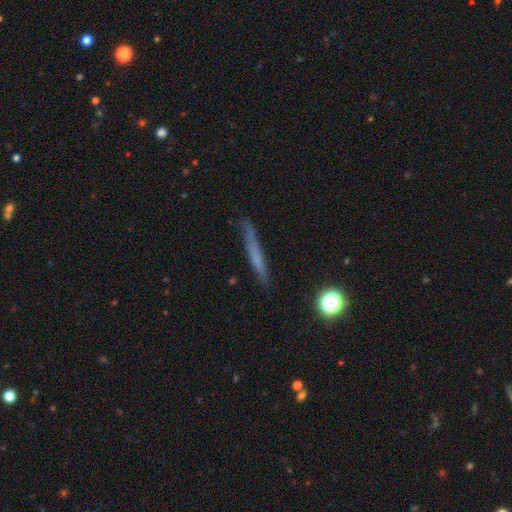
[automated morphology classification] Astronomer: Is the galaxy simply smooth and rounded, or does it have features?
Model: smooth — 49% (runner-up: featured or disk, 40%).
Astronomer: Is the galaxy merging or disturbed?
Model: none — 81%.